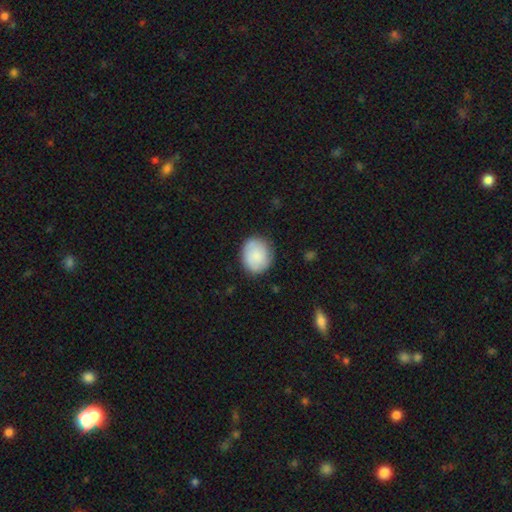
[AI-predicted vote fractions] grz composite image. It shows a smooth galaxy with no disk features (80%) that is round (69%). Merging: none (81%).